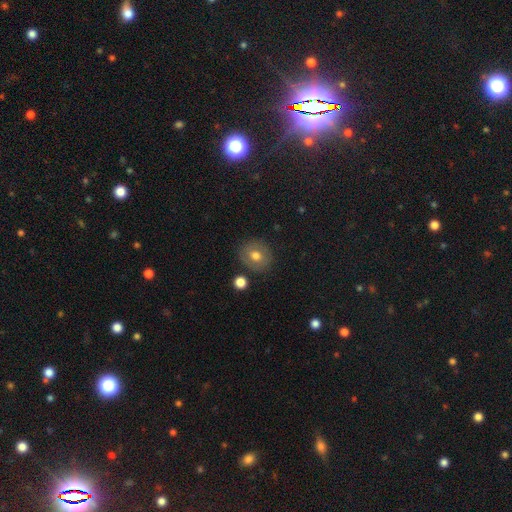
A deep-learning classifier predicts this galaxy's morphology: Smooth or featured?
  - smooth: 71% *
  - featured or disk: 19%
  - star or artifact: 9%
How rounded?
  - round: 80% *
  - in between: 19%
  - cigar-shaped: 1%
Merging?
  - none: 84% *
  - minor disturbance: 10%
  - merger: 3%
  - major disturbance: 3%